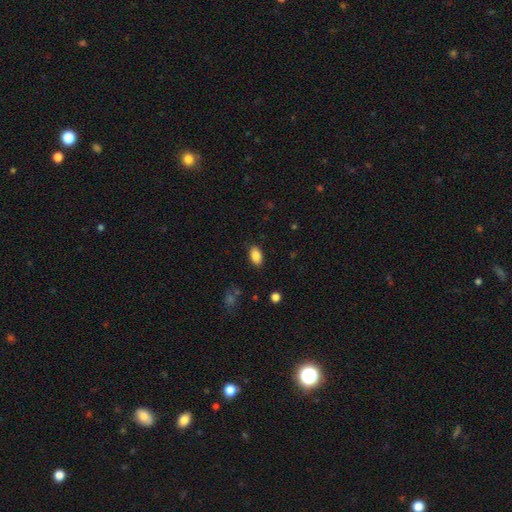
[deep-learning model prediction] Overall: smooth (87%). How rounded: in between (91%). Merging: none (86%).